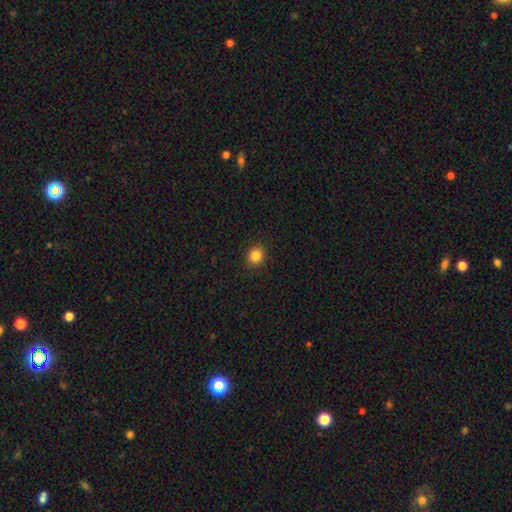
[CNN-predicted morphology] type=smooth (85%); roundness=round (72%); merging=none (91%).